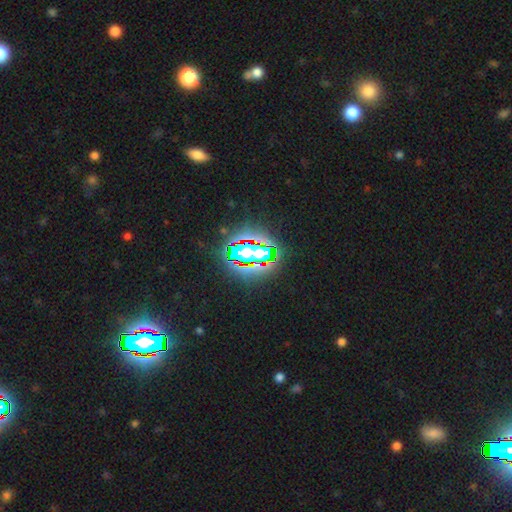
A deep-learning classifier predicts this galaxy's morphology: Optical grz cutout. It shows a star or artifact, not a galaxy (81%).